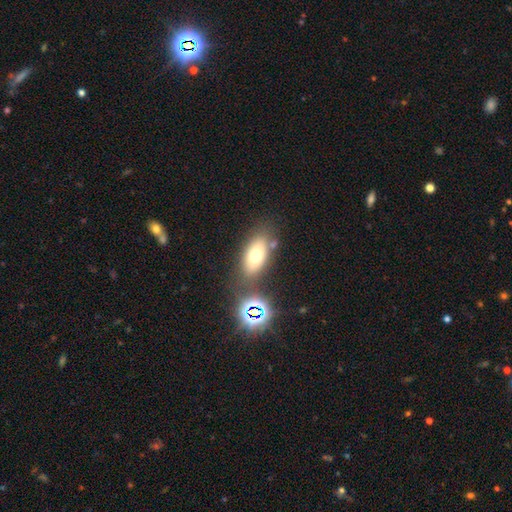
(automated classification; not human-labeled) A smooth galaxy with no disk features (66%) that is in between round and cigar-shaped (85%). Merging: none (71%).